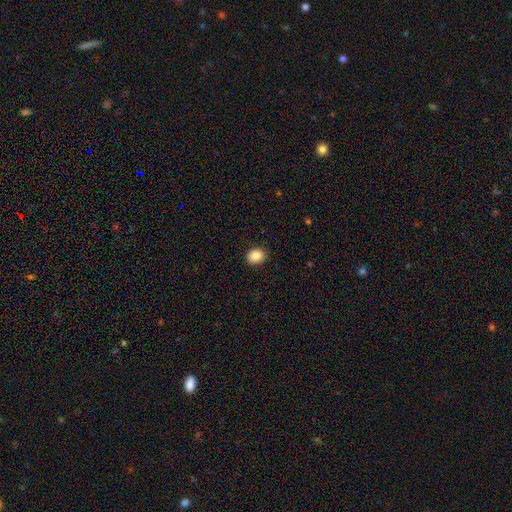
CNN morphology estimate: Smooth or featured? smooth (86%)
How rounded? round (53%)
Merging? none (89%)